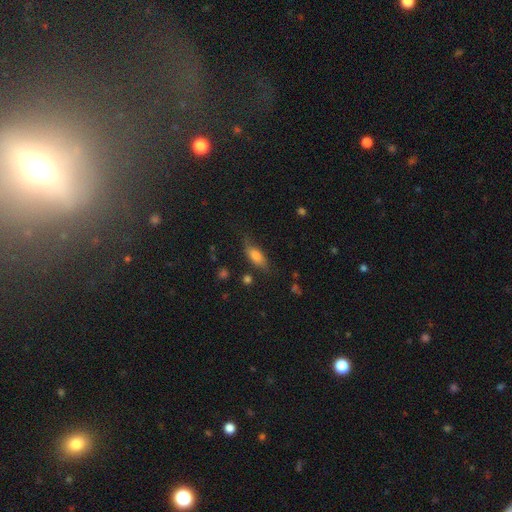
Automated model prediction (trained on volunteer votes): Q: Smooth or featured?
A: smooth (71%); runner-up: featured or disk (20%)
Q: How rounded?
A: in between (77%); runner-up: cigar-shaped (19%)
Q: Merging?
A: none (64%); runner-up: minor disturbance (25%)